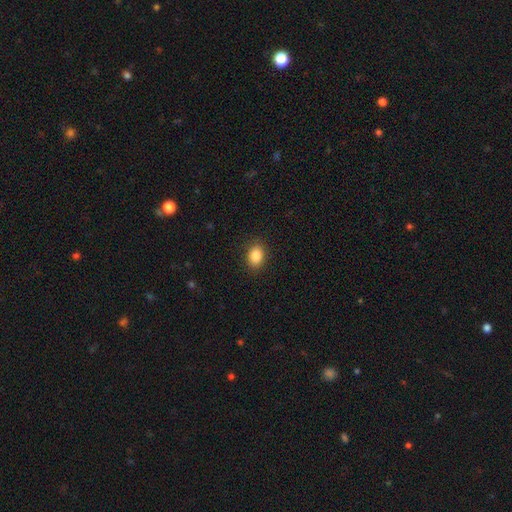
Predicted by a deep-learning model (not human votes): A smooth galaxy with no disk features (86%) that is in between round and cigar-shaped (69%).

Vote fractions:
- Smooth or featured? smooth: 86% / star or artifact: 9% / featured or disk: 5%
- How rounded? in between: 69% / round: 29% / cigar-shaped: 1%
- Merging? none: 89% / minor disturbance: 8% / major disturbance: 2% / merger: 1%